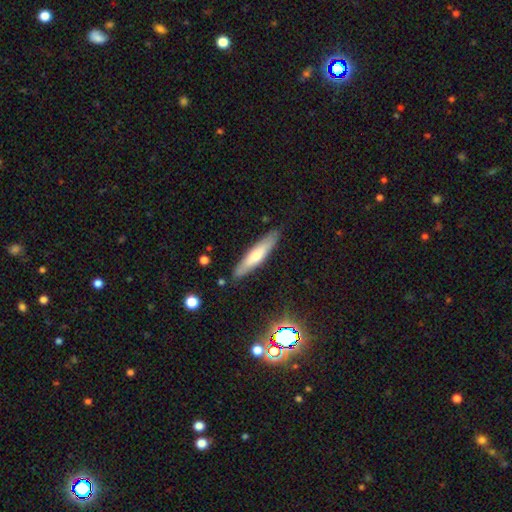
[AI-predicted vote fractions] Q: Smooth or featured?
A: smooth (59%); runner-up: featured or disk (35%)
Q: How rounded?
A: cigar-shaped (84%); runner-up: in between (15%)
Q: Merging?
A: none (86%); runner-up: minor disturbance (11%)